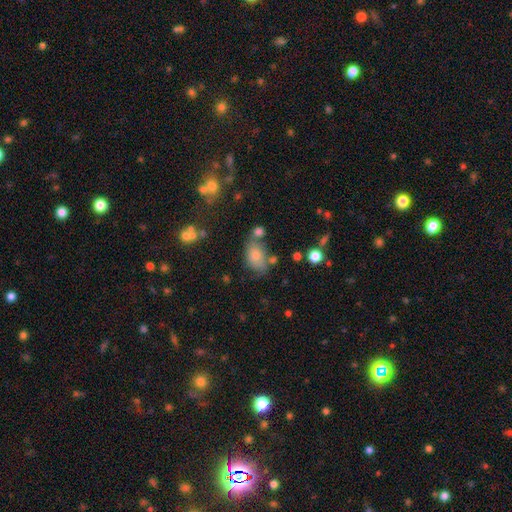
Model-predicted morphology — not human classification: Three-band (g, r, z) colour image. It shows a smooth galaxy with no disk features (71%) that is in between round and cigar-shaped (82%). Merging: none (47%).